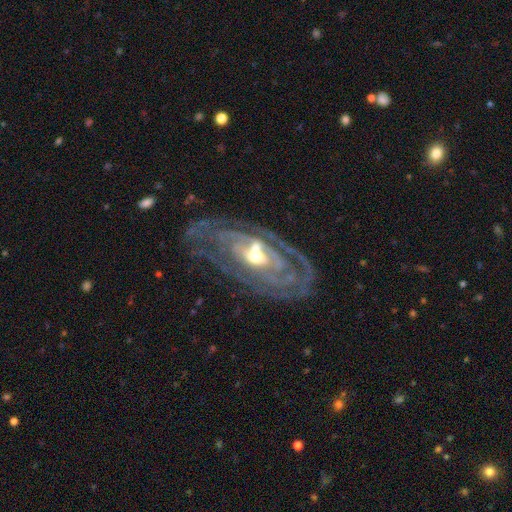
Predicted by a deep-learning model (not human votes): Q: Smooth or featured?
A: featured or disk (87%); runner-up: smooth (8%)
Q: Edge-on disk?
A: no (92%); runner-up: yes (8%)
Q: Bar?
A: no (49%); runner-up: weak (30%)
Q: Spiral arms?
A: yes (86%); runner-up: no (14%)
Q: Spiral winding?
A: tight (62%); runner-up: medium (27%)
Q: Spiral arm count?
A: can't tell (37%); runner-up: 2 (30%)
Q: Bulge size?
A: moderate (65%); runner-up: small (24%)
Q: Merging?
A: none (58%); runner-up: minor disturbance (20%)